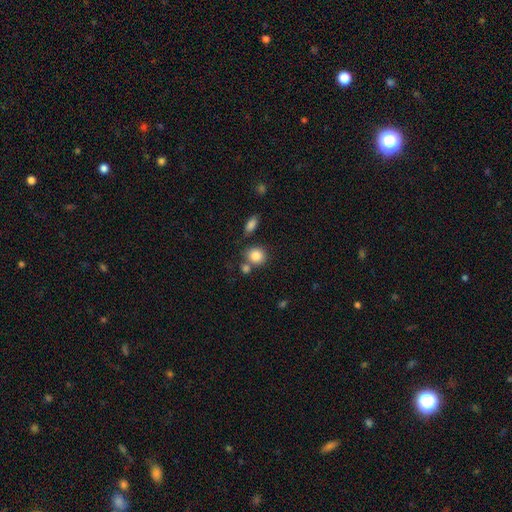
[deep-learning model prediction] Smooth or featured? smooth (85%)
How rounded? round (77%)
Merging? none (65%)